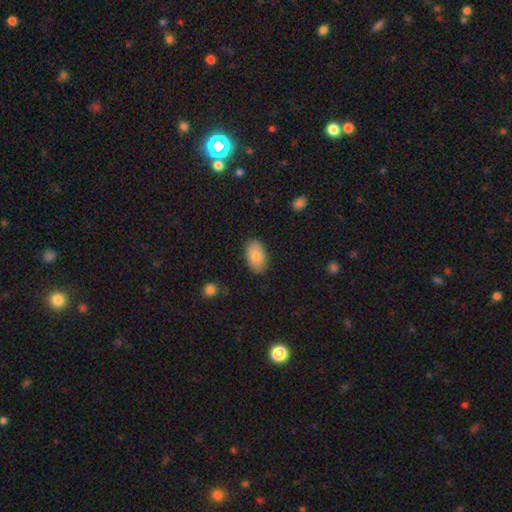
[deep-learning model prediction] This appears to be a smooth galaxy with no disk features (83%) that is in between round and cigar-shaped (94%). Merging: none (85%).